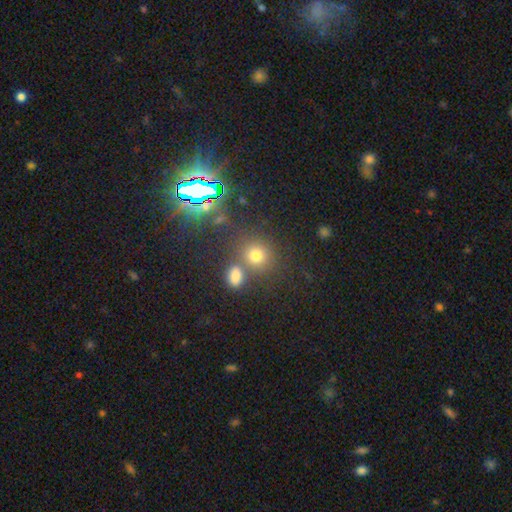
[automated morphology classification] The model was most divided on "merging": none: 64%, merger: 22%, minor disturbance: 9%, major disturbance: 5%. More confident: how rounded — round (80%); smooth or featured — smooth (70%).